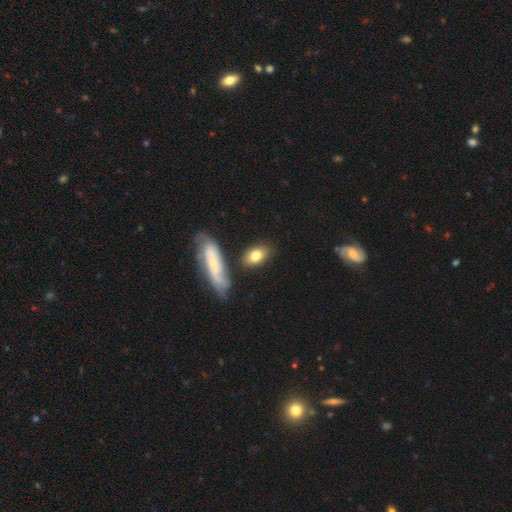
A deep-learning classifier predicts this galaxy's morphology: Smooth or featured? smooth (77%)
How rounded? in between (84%)
Merging? none (72%)